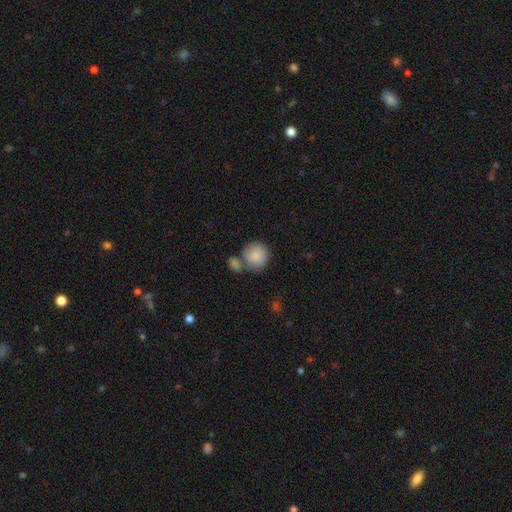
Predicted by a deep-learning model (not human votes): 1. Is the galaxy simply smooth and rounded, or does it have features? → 86% smooth, 8% featured or disk, 6% star or artifact.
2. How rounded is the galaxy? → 88% round, 11% in between, 1% cigar-shaped.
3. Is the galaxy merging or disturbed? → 50% none, 33% merger, 13% minor disturbance, 4% major disturbance.